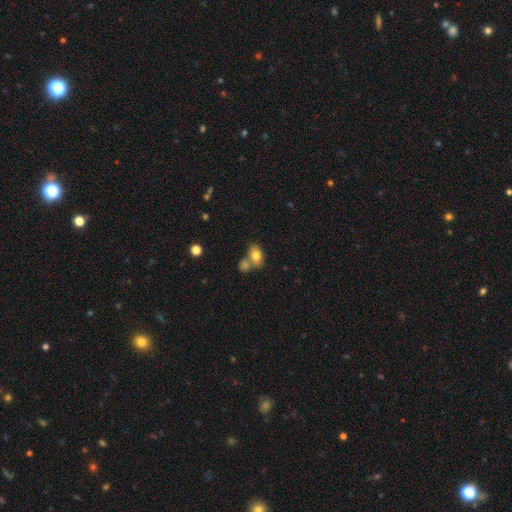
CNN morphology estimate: type=smooth (79%); roundness=in between (73%); merging=none (43%).